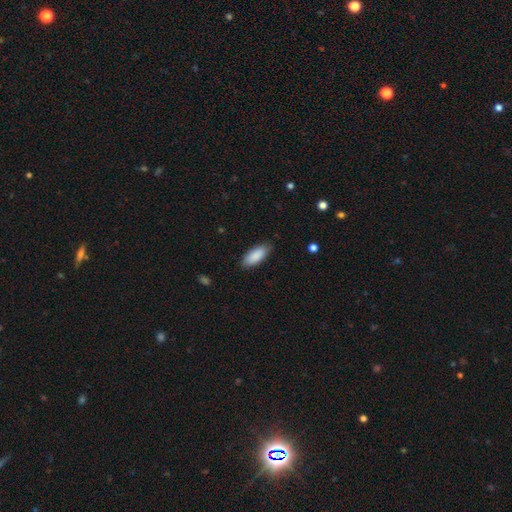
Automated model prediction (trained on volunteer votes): Smooth or featured? smooth (89%)
How rounded? in between (81%)
Merging? none (84%)